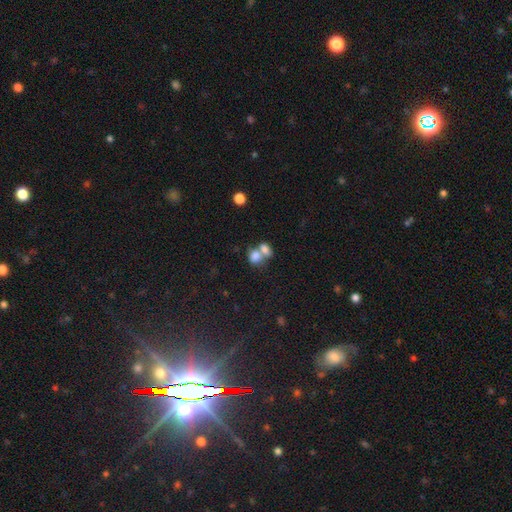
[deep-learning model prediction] Smooth or featured?
  - smooth: 79% *
  - featured or disk: 12%
  - star or artifact: 10%
How rounded?
  - in between: 54% *
  - round: 44%
  - cigar-shaped: 1%
Merging?
  - merger: 65% *
  - none: 24%
  - minor disturbance: 7%
  - major disturbance: 4%